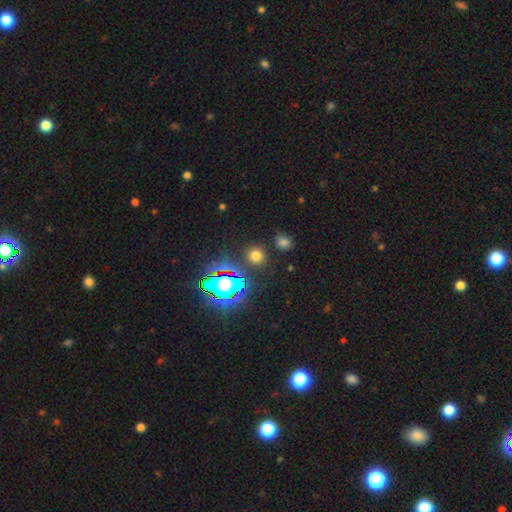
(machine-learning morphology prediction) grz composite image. It shows a smooth galaxy with no disk features (66%) that is round (86%). Merging: none (86%).